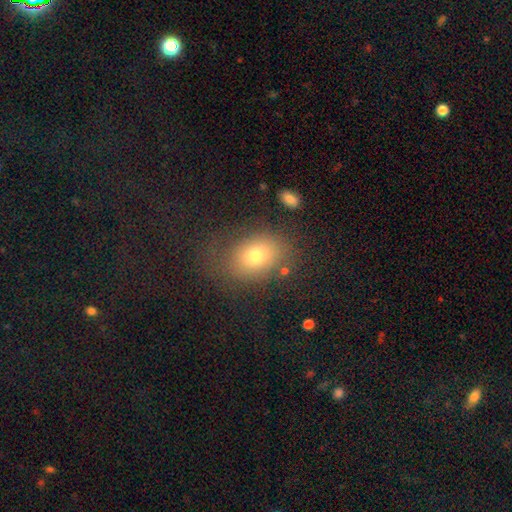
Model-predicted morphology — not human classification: Smooth or featured? smooth (72%)
How rounded? in between (69%)
Merging? none (65%)